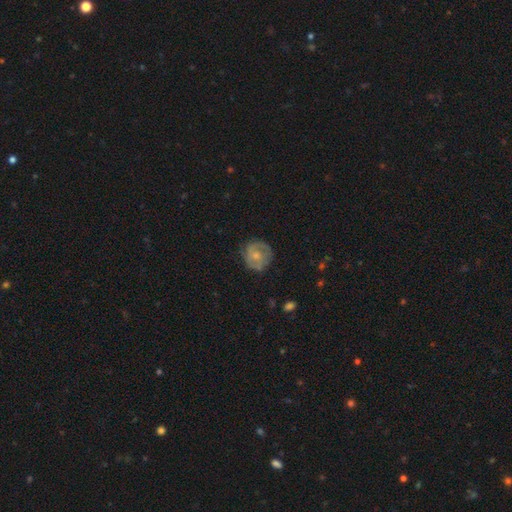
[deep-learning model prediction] The model was most divided on "smooth or featured": featured or disk: 47%, smooth: 46%, star or artifact: 7%. More confident: merging — none (69%).